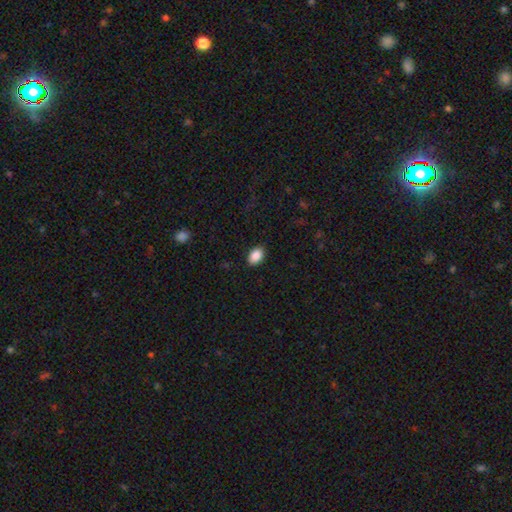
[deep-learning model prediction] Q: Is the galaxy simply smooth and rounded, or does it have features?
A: smooth — 89%.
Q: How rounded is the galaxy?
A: in between — 86%.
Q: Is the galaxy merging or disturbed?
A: none — 89%.